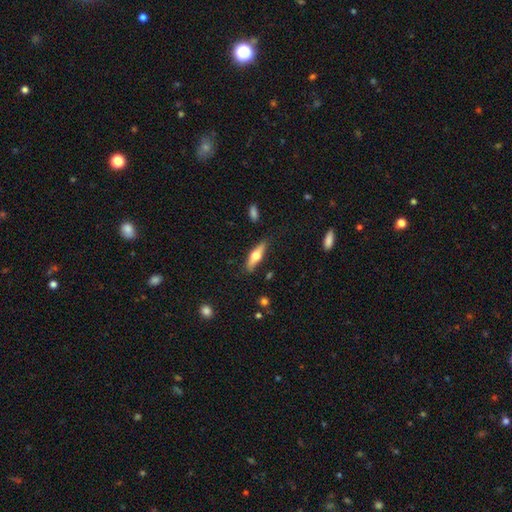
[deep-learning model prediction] A smooth galaxy with no disk features (48%).

Vote fractions:
- Smooth or featured? smooth: 48% / featured or disk: 46% / star or artifact: 6%
- Merging? none: 82% / minor disturbance: 13% / major disturbance: 3% / merger: 2%